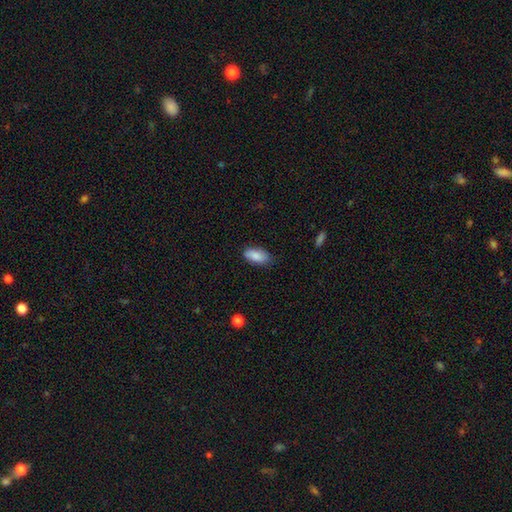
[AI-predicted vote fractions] Q: Smooth or featured?
A: smooth (87%); runner-up: featured or disk (7%)
Q: How rounded?
A: in between (89%); runner-up: cigar-shaped (8%)
Q: Merging?
A: none (80%); runner-up: minor disturbance (16%)